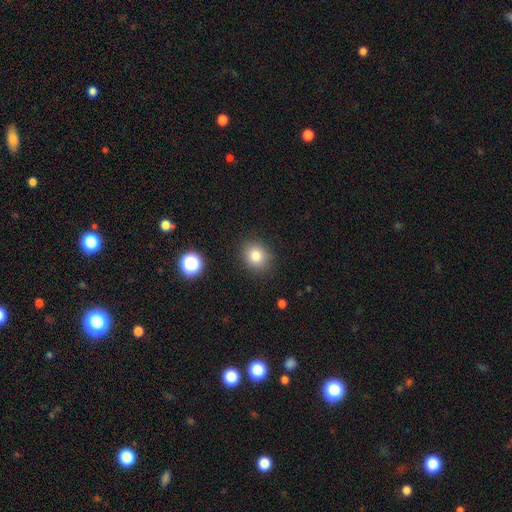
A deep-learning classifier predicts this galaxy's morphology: Q: Smooth or featured?
A: smooth (81%); runner-up: star or artifact (12%)
Q: How rounded?
A: round (74%); runner-up: in between (25%)
Q: Merging?
A: none (88%); runner-up: minor disturbance (8%)